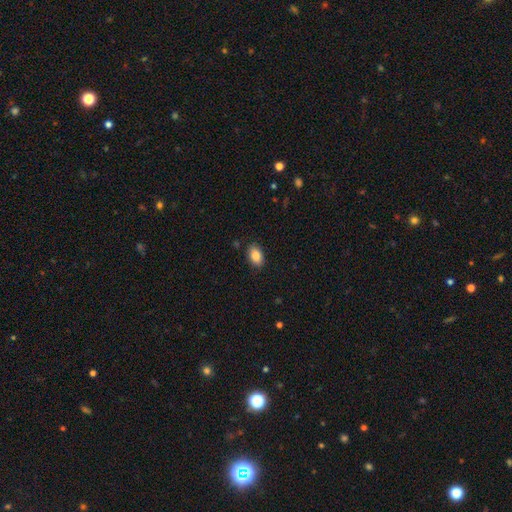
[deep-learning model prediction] Smooth or featured?
  - smooth: 87% *
  - star or artifact: 7%
  - featured or disk: 6%
How rounded?
  - in between: 90% *
  - round: 9%
  - cigar-shaped: 2%
Merging?
  - none: 87% *
  - minor disturbance: 10%
  - major disturbance: 2%
  - merger: 1%